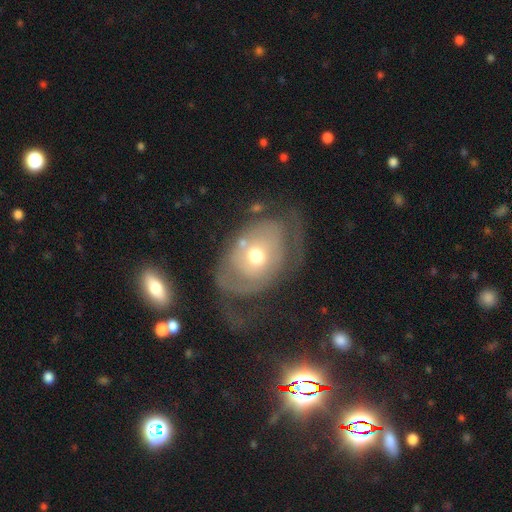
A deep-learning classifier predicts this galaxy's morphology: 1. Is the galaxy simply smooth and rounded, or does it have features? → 66% featured or disk, 27% smooth, 7% star or artifact.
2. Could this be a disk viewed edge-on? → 95% no, 5% yes.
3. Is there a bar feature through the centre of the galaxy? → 81% no, 15% weak, 4% strong.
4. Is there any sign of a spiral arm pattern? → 59% yes, 41% no.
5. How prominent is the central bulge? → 69% moderate, 21% small, 7% large, 1% dominant, 1% none.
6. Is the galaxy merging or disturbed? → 44% none, 30% major disturbance, 21% minor disturbance, 6% merger.